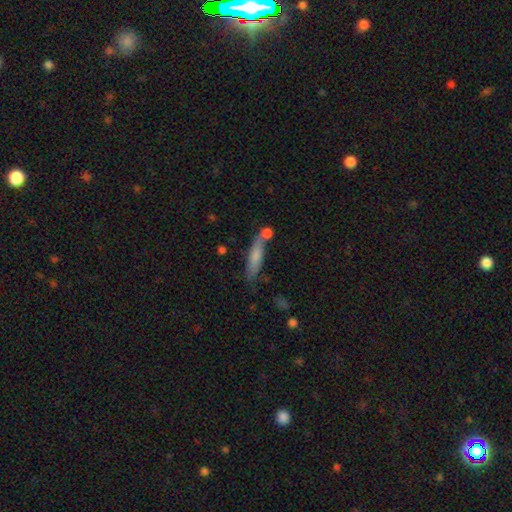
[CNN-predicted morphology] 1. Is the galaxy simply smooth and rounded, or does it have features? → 69% smooth, 23% featured or disk, 7% star or artifact.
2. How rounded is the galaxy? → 77% cigar-shaped, 21% in between, 2% round.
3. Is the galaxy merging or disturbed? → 53% none, 24% merger, 16% minor disturbance, 6% major disturbance.